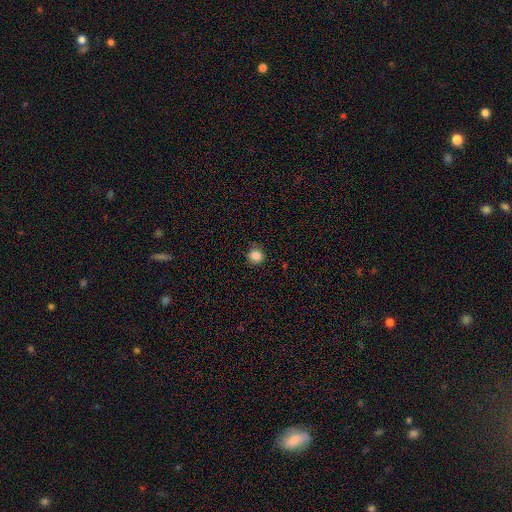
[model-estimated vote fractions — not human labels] A smooth galaxy with no disk features (85%) that is round (92%). Merging: none (86%).